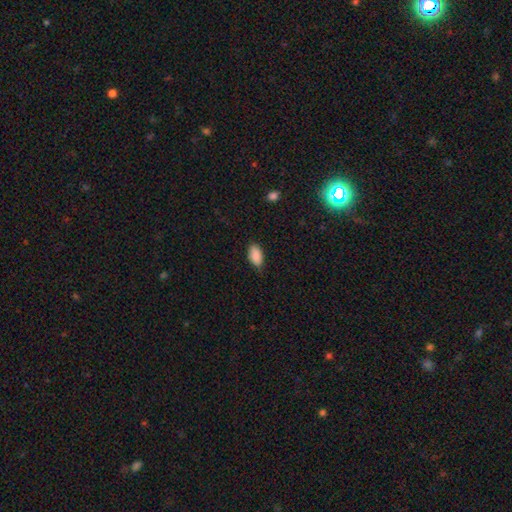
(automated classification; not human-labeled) Smooth or featured: smooth — 90% (star or artifact — 7%)
How rounded: in between — 93% (round — 4%)
Merging: none — 79% (minor disturbance — 17%)